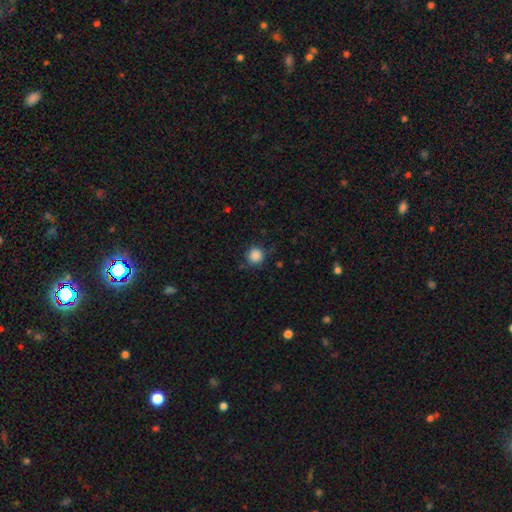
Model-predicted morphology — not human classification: smooth 86%, star or artifact 11%, featured or disk 3%. Down the decision tree: how rounded — round (94%); merging — none (84%).